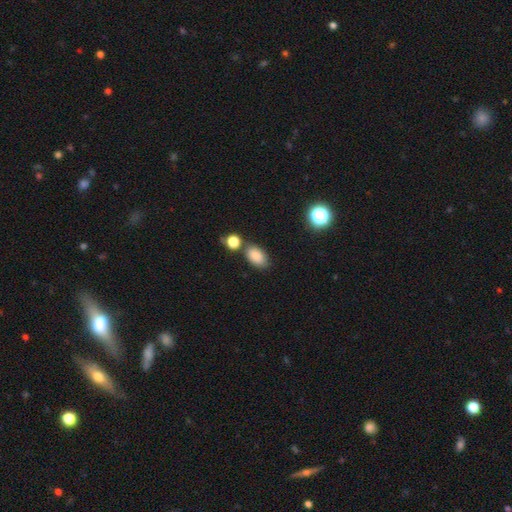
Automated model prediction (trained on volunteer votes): smooth_or_featured: smooth (p=0.84) [alt: star or artifact p=0.10]
how_rounded: in between (p=0.89) [alt: round p=0.09]
merging: none (p=0.70) [alt: minor disturbance p=0.14]